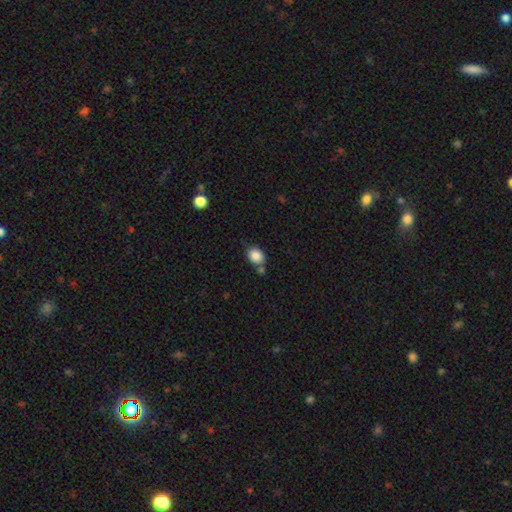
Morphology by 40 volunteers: Smooth or featured? smooth (85%)
How rounded? in between (62%)
Merging? none (51%)